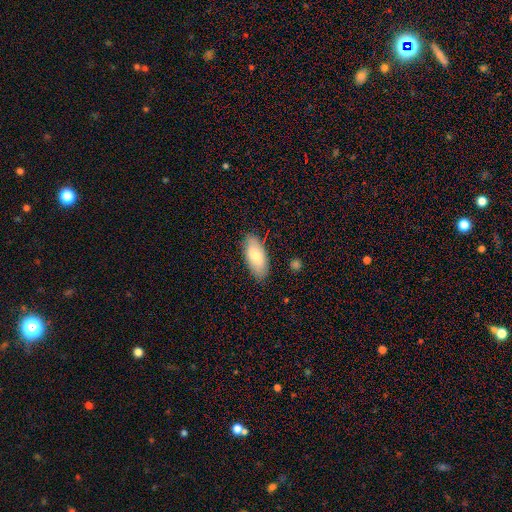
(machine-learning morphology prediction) smooth_or_featured: smooth (p=0.73) [alt: featured or disk p=0.21]
how_rounded: in between (p=0.89) [alt: cigar-shaped p=0.09]
merging: none (p=0.83) [alt: minor disturbance p=0.13]